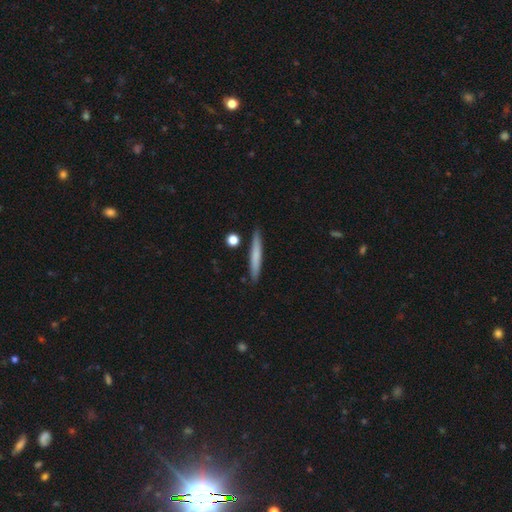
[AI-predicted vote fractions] The model was most divided on "smooth or featured": smooth: 70%, featured or disk: 25%, star or artifact: 6%. More confident: how rounded — cigar-shaped (95%); merging — none (89%).